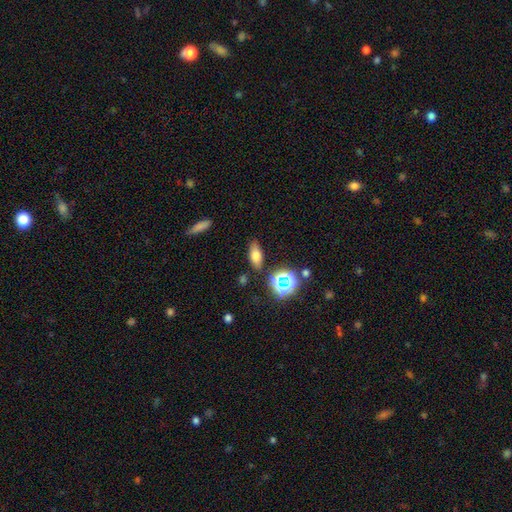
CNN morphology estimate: smooth_or_featured: smooth (p=0.68) [alt: star or artifact p=0.16]
how_rounded: in between (p=0.76) [alt: cigar-shaped p=0.15]
merging: none (p=0.82) [alt: minor disturbance p=0.11]